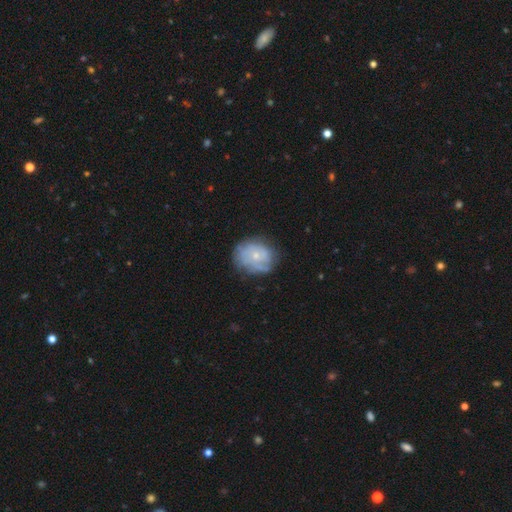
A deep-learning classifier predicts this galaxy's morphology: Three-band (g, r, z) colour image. It shows a featured or disk galaxy (61%) with no bar (82%), spiral arms (72%) and a small central bulge (67%). Merging: none (62%).